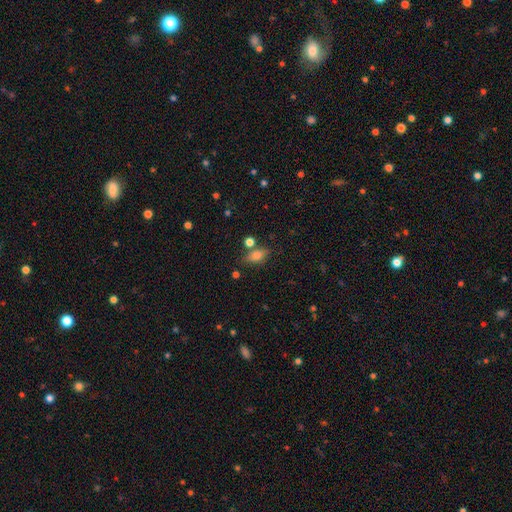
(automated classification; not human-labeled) Smooth or featured? Predicted: smooth (p=0.75). How rounded? Predicted: in between (p=0.77). Merging? Predicted: none (p=0.68).